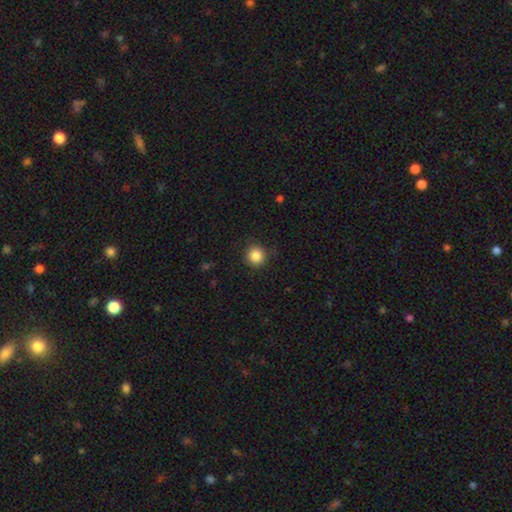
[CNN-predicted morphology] The model was most divided on "smooth or featured": smooth: 86%, star or artifact: 10%, featured or disk: 4%. More confident: how rounded — round (93%); merging — none (88%).